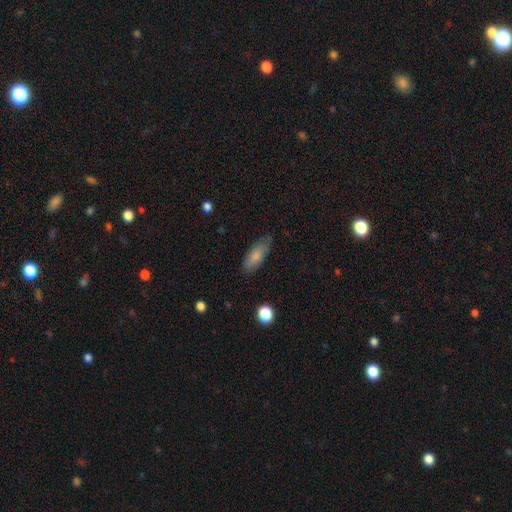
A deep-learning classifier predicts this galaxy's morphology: Smooth or featured?
  - smooth: 80% *
  - featured or disk: 13%
  - star or artifact: 7%
How rounded?
  - in between: 74% *
  - cigar-shaped: 24%
  - round: 2%
Merging?
  - none: 75% *
  - minor disturbance: 20%
  - major disturbance: 4%
  - merger: 1%